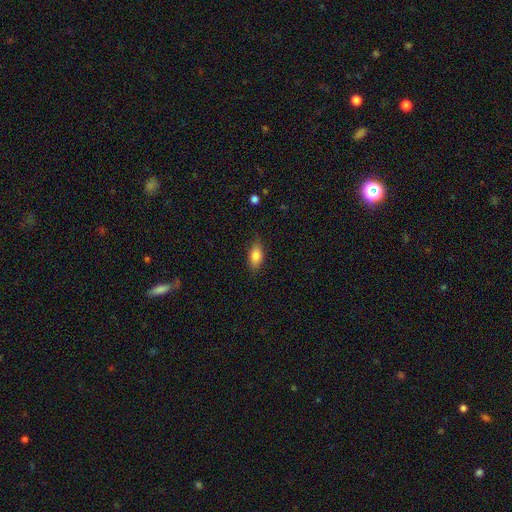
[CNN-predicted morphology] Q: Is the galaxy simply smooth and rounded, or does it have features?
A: smooth — 82%.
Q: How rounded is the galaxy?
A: in between — 85%.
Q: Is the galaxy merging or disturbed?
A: none — 81%.